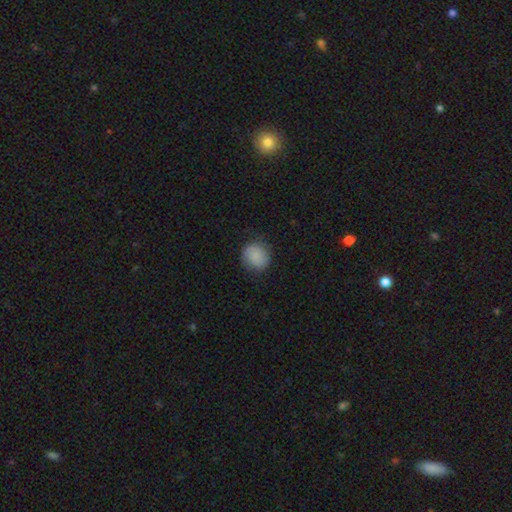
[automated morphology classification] smooth_or_featured: smooth (p=0.84) [alt: featured or disk p=0.09]
how_rounded: round (p=0.79) [alt: in between p=0.20]
merging: none (p=0.80) [alt: minor disturbance p=0.14]